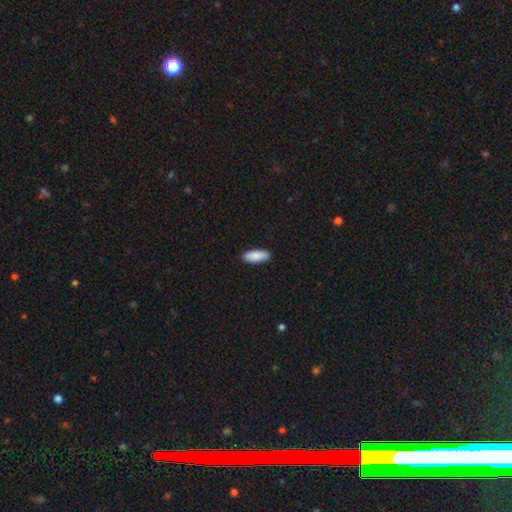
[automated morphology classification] Smooth or featured?
  - smooth: 89% *
  - featured or disk: 6%
  - star or artifact: 6%
How rounded?
  - in between: 81% *
  - cigar-shaped: 17%
  - round: 2%
Merging?
  - none: 90% *
  - minor disturbance: 8%
  - major disturbance: 2%
  - merger: 1%